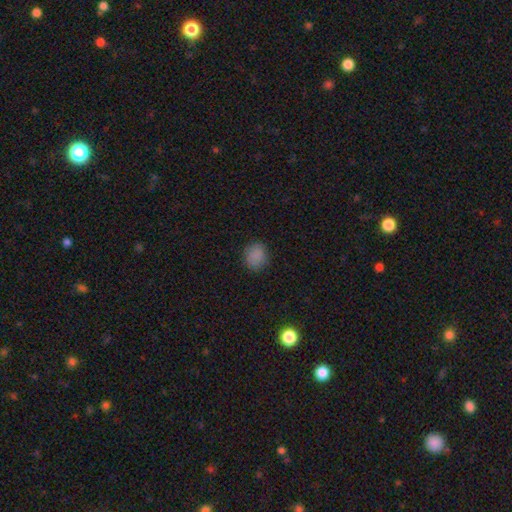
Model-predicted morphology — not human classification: type=smooth (84%); roundness=round (70%); merging=none (85%).